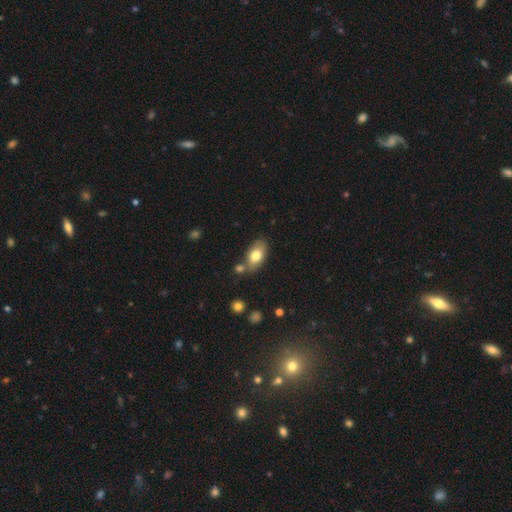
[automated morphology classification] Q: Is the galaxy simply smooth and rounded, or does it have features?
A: smooth — 77%.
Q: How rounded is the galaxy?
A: in between — 91%.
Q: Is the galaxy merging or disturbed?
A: none — 66%.